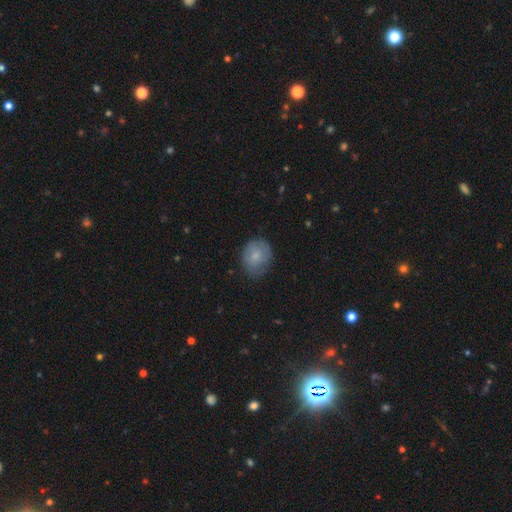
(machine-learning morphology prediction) Overall: smooth (73%). How rounded: round (50%; in between 49%). Merging: none (68%).